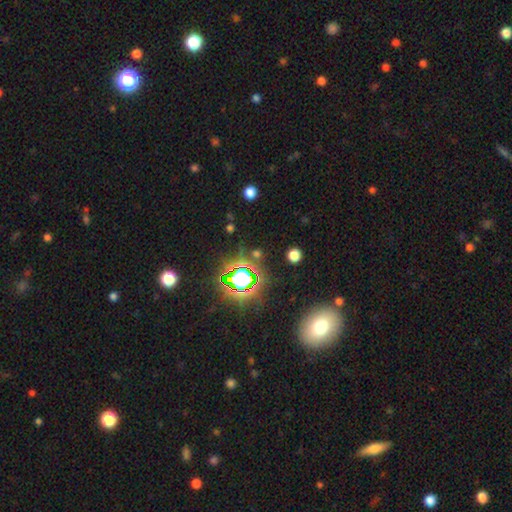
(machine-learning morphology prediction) Q: Smooth or featured?
A: star or artifact (68%); runner-up: smooth (22%)